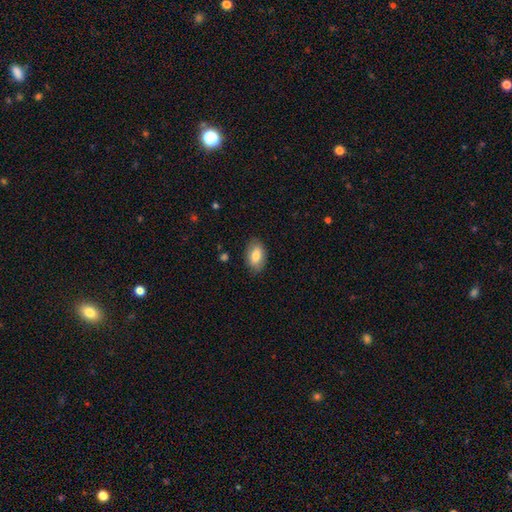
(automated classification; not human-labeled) smooth-or-featured: smooth: 80% | featured or disk: 13% | star or artifact: 7%
  how-rounded: in between: 91% | round: 7% | cigar-shaped: 2%
  merging: none: 83% | minor disturbance: 13% | major disturbance: 3% | merger: 1%